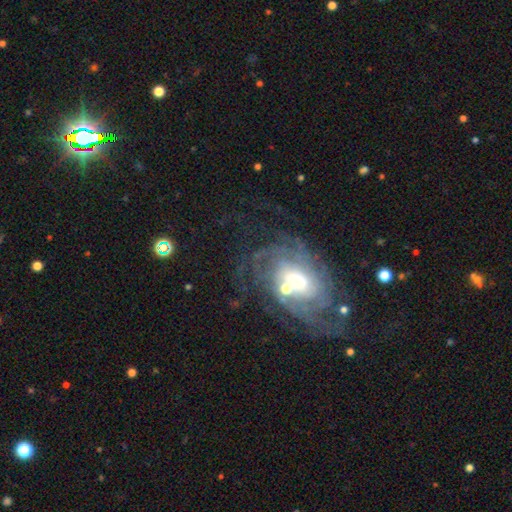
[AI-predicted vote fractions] featured or disk 79%, star or artifact 12%, smooth 9%. Down the decision tree: edge-on disk — no (96%); bar — weak (44%); spiral arms — yes (93%); spiral arm count — can't tell (36%); spiral winding — tight (57%); bulge size — moderate (48%); merging — none (61%).